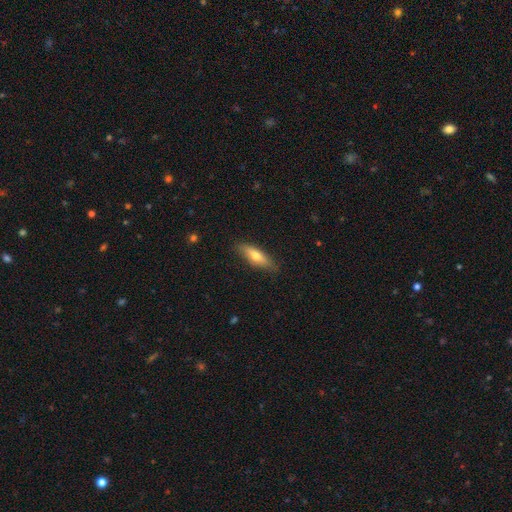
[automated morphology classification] This appears to be a smooth galaxy with no disk features (58%) that is cigar-shaped (58%). Merging: none (83%).